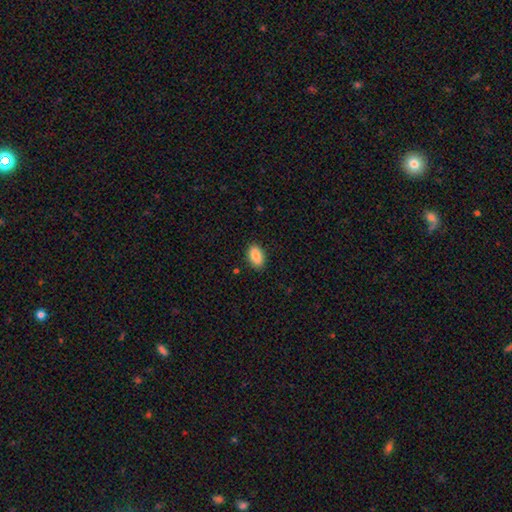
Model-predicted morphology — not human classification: A smooth galaxy with no disk features (88%) that is in between round and cigar-shaped (91%). Merging: none (87%).